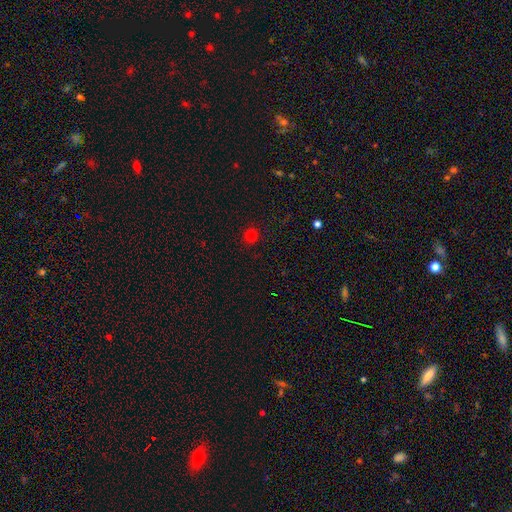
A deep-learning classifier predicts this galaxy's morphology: smooth 71%, star or artifact 25%, featured or disk 4%. Down the decision tree: how rounded — round (90%); merging — none (91%).